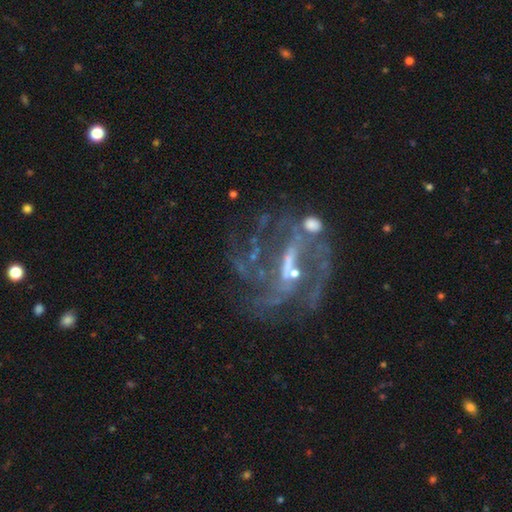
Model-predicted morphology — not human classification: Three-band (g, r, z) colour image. It shows a featured or disk galaxy (82%) with a weak bar (43%), medium (44%) spiral arms (90%) and a small central bulge (58%). Merging: none (58%).